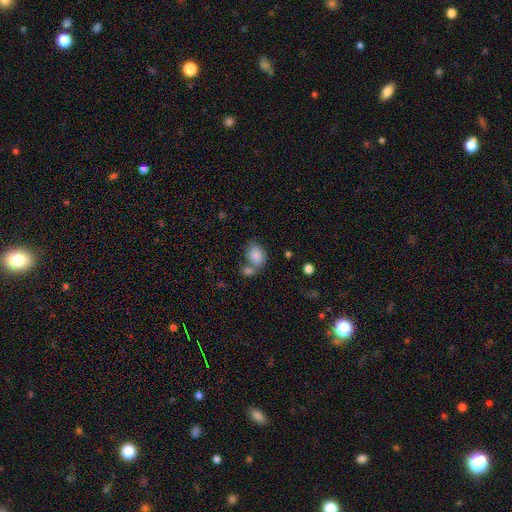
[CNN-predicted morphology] A smooth galaxy with no disk features (83%) that is in between round and cigar-shaped (66%). Merging: merger (40%, tied with none).